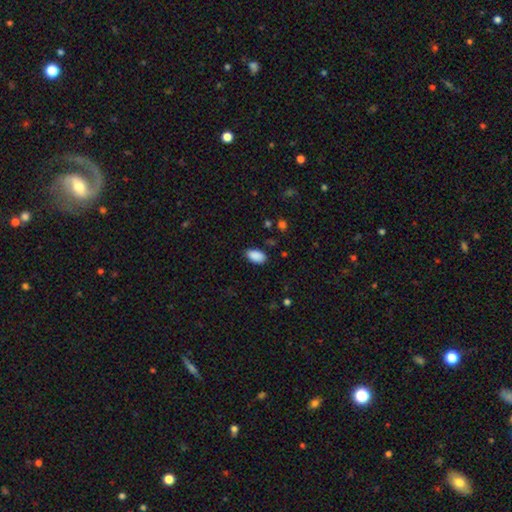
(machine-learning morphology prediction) Smooth or featured: smooth — 90% (star or artifact — 7%)
How rounded: in between — 94% (round — 4%)
Merging: none — 84% (minor disturbance — 12%)